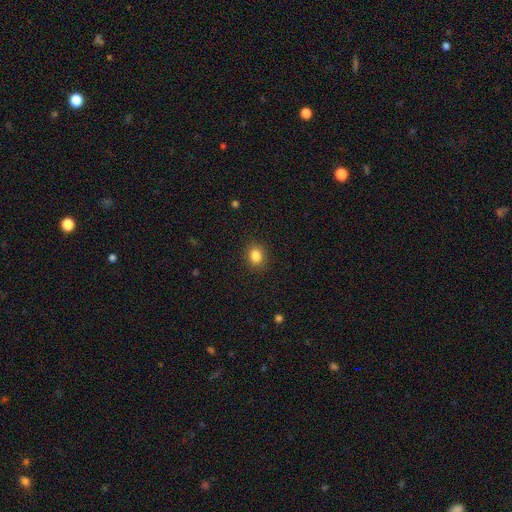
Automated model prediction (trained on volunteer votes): A smooth galaxy with no disk features (84%) that is round (50%). Merging: none (89%).